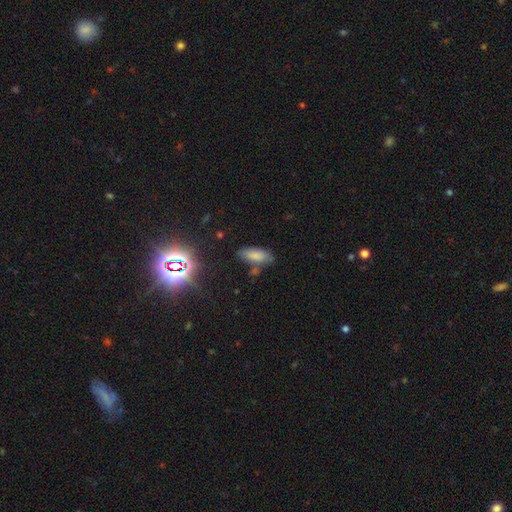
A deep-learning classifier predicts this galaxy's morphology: A smooth galaxy with no disk features (78%) that is in between round and cigar-shaped (73%).

Vote fractions:
- Smooth or featured? smooth: 78% / star or artifact: 12% / featured or disk: 10%
- How rounded? in between: 73% / cigar-shaped: 24% / round: 2%
- Merging? none: 68% / minor disturbance: 20% / merger: 7% / major disturbance: 5%